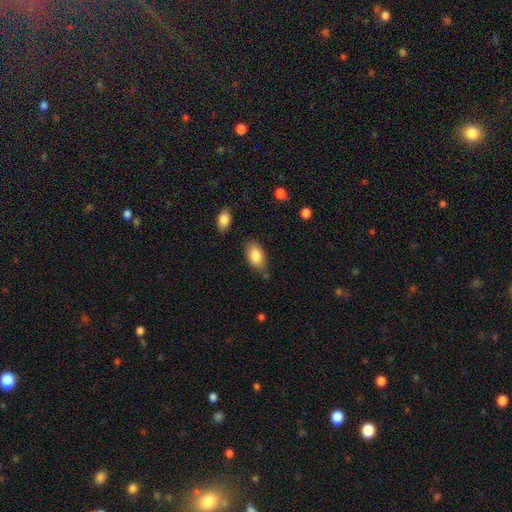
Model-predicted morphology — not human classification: Overall: smooth (84%). How rounded: in between (93%). Merging: none (75%).